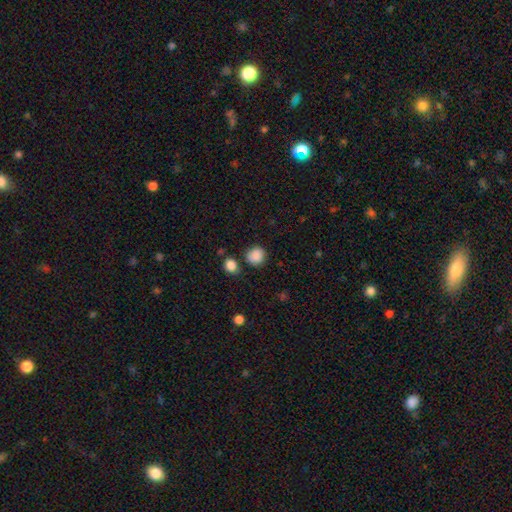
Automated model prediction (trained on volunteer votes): Smooth or featured? smooth (87%)
How rounded? round (85%)
Merging? none (77%)